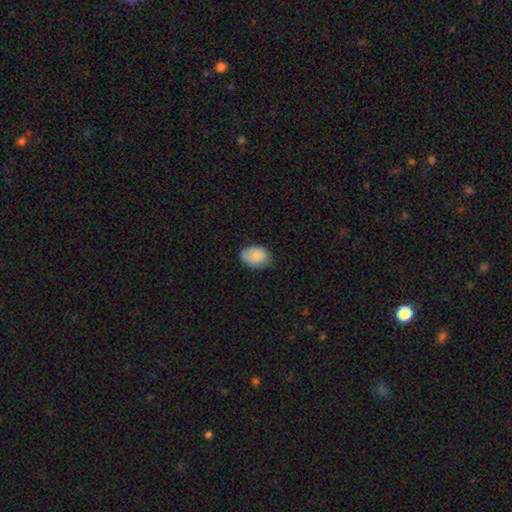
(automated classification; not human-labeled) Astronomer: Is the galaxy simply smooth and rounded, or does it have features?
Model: smooth — 87%.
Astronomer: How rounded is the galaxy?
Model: in between — 80%.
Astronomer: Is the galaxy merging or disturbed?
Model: none — 77%.